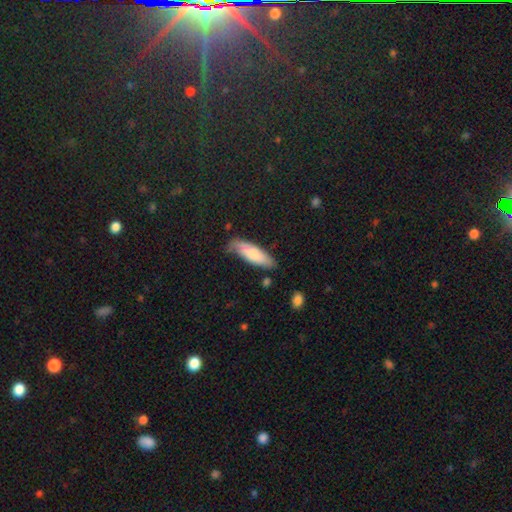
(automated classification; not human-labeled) Smooth or featured: smooth — 79% (featured or disk — 16%)
How rounded: in between — 52% (cigar-shaped — 46%)
Merging: none — 65% (minor disturbance — 27%)